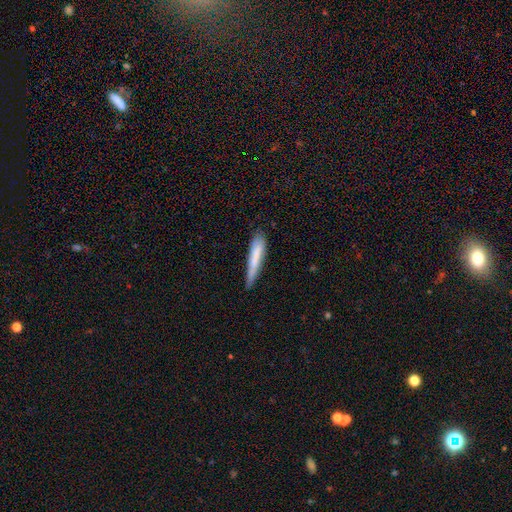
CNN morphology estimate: Smooth or featured: smooth — 71% (featured or disk — 23%)
How rounded: cigar-shaped — 89% (in between — 10%)
Merging: none — 63% (minor disturbance — 28%)